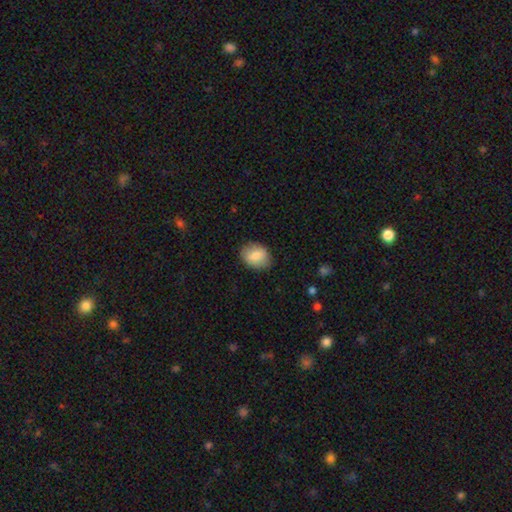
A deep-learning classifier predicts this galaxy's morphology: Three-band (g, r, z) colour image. It shows a smooth galaxy with no disk features (82%) that is in between round and cigar-shaped (60%). Merging: none (84%).